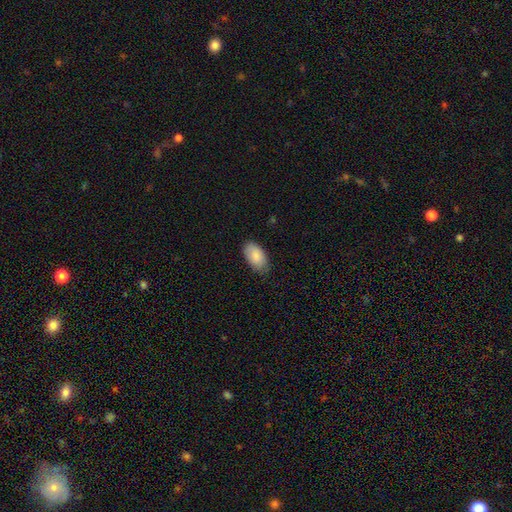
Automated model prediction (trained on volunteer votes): Q: Smooth or featured?
A: smooth (88%); runner-up: featured or disk (6%)
Q: How rounded?
A: in between (95%); runner-up: round (3%)
Q: Merging?
A: none (77%); runner-up: minor disturbance (20%)